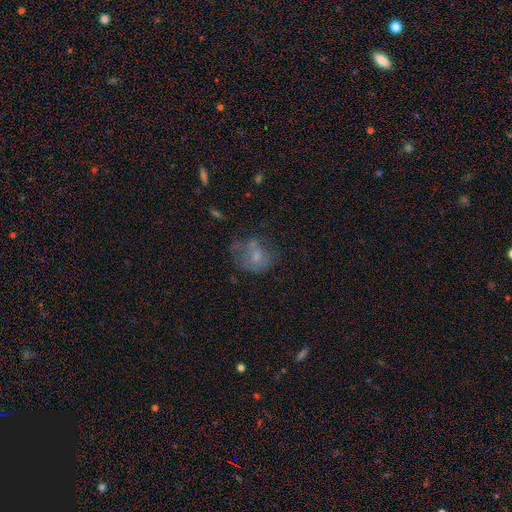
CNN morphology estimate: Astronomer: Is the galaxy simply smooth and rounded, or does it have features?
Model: smooth — 52% (runner-up: featured or disk, 34%).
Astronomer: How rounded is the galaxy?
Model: in between — 50% (runner-up: round, 49%).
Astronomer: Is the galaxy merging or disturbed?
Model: none — 37% (runner-up: major disturbance, 30%).